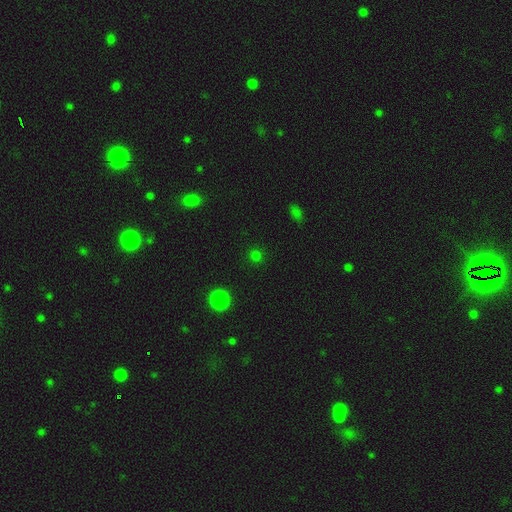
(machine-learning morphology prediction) The model was most divided on "smooth or featured": smooth: 71%, star or artifact: 25%, featured or disk: 4%. More confident: how rounded — round (92%); merging — none (90%).